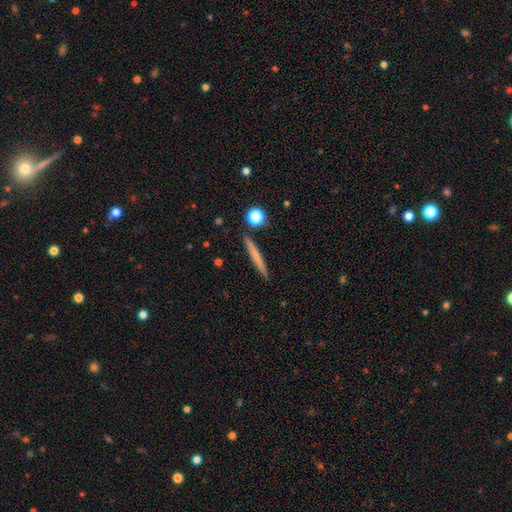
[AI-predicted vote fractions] This is likely a smooth galaxy (62%). How rounded: clearly cigar-shaped (95%). Merging: clearly none (90%).